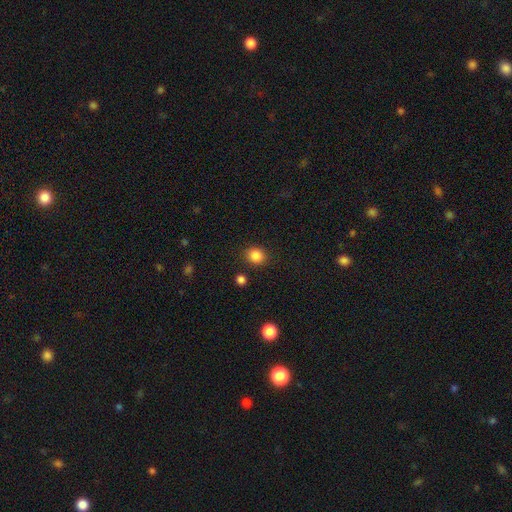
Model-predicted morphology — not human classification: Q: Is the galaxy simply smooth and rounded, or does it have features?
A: smooth — 86%.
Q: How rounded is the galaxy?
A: round — 80%.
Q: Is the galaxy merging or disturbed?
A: none — 87%.